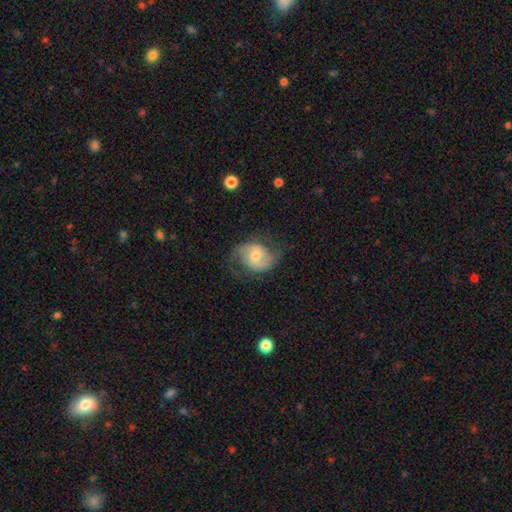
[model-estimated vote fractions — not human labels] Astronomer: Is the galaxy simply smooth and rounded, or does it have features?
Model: featured or disk — 75%.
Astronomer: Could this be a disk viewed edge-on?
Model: no — 98%.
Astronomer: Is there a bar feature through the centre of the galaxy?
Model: no — 48% (runner-up: weak, 42%).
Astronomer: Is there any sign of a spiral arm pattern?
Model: yes — 93%.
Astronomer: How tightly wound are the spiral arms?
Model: medium — 50% (runner-up: loose, 30%).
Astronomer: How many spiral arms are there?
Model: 2 — 88%.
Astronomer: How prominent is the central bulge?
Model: moderate — 56% (runner-up: small, 35%).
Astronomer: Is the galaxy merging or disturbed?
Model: none — 69%.